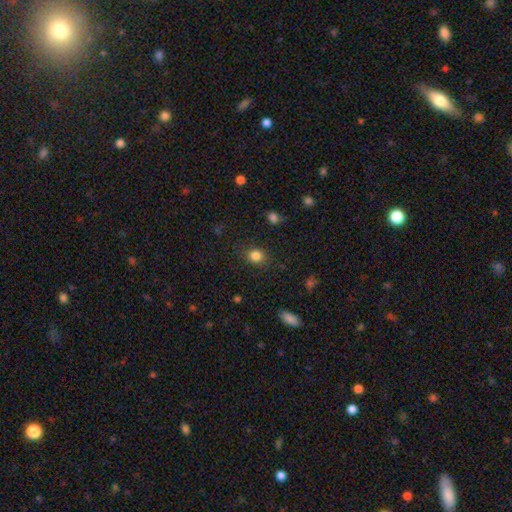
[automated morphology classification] smooth-or-featured: smooth: 84% | star or artifact: 11% | featured or disk: 5%
  how-rounded: round: 66% | in between: 33% | cigar-shaped: 1%
  merging: none: 83% | minor disturbance: 12% | major disturbance: 4% | merger: 2%